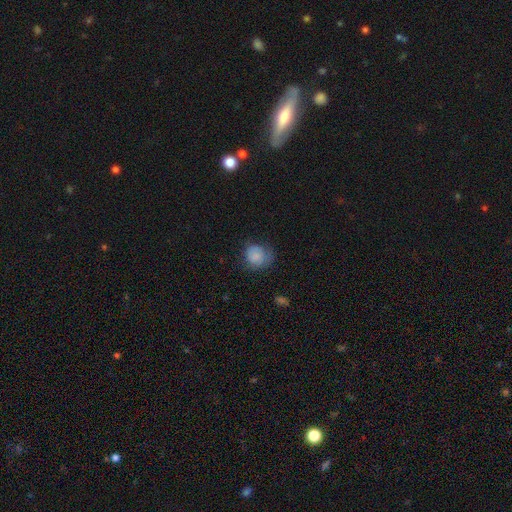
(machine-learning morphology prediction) Smooth or featured? smooth (81%)
How rounded? round (76%)
Merging? none (57%)